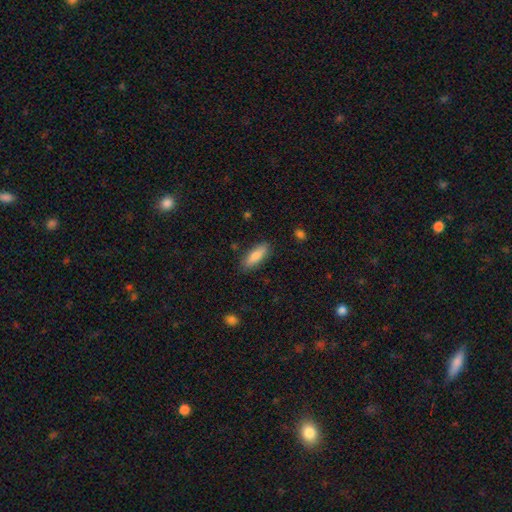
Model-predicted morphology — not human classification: The model was most divided on "how rounded": in between: 58%, cigar-shaped: 40%, round: 2%. More confident: merging — none (84%); smooth or featured — smooth (78%).